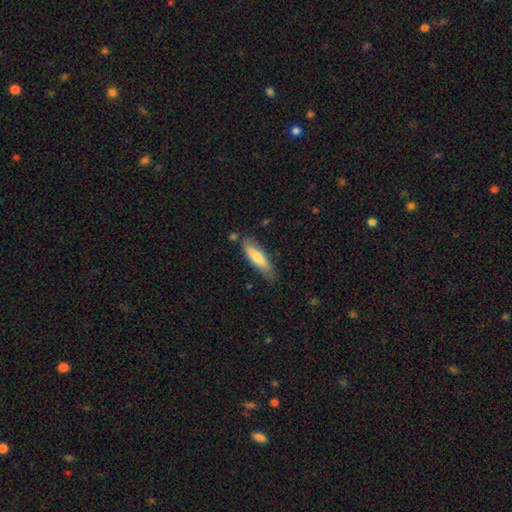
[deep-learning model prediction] smooth 67%, featured or disk 27%, star or artifact 6%. Down the decision tree: how rounded — cigar-shaped (70%); merging — none (77%).